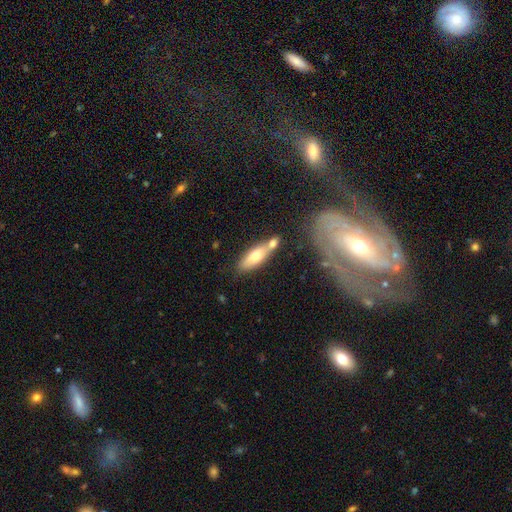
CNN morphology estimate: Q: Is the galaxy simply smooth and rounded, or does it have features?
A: smooth — 66%.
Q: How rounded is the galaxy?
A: in between — 59%.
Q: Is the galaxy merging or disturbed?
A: none — 48%.